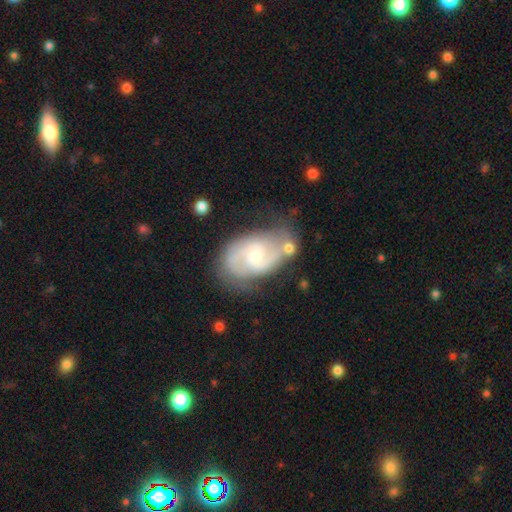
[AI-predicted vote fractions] Smooth or featured? featured or disk (84%)
Edge-on disk? no (97%)
Bar? no (49%)
Spiral arms? yes (96%)
Spiral winding? medium (53%)
Spiral arm count? 2 (84%)
Bulge size? small (66%)
Merging? none (65%)